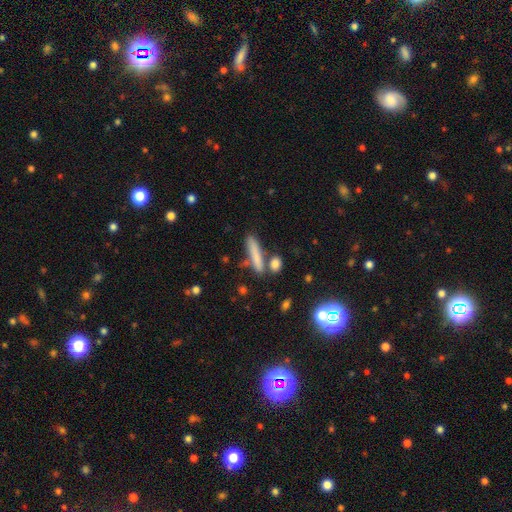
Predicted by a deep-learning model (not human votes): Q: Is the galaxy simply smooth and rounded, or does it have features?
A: smooth — 77%.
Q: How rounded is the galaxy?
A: cigar-shaped — 85%.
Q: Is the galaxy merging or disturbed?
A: none — 70%.